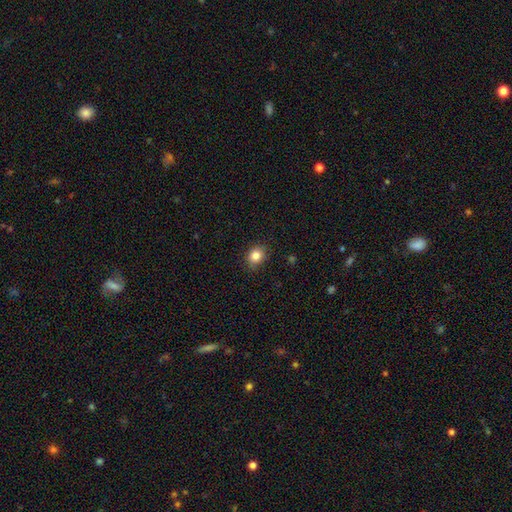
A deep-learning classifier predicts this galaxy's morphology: Smooth or featured: smooth — 84% (star or artifact — 10%)
How rounded: round — 50% (in between — 49%)
Merging: none — 85% (minor disturbance — 12%)